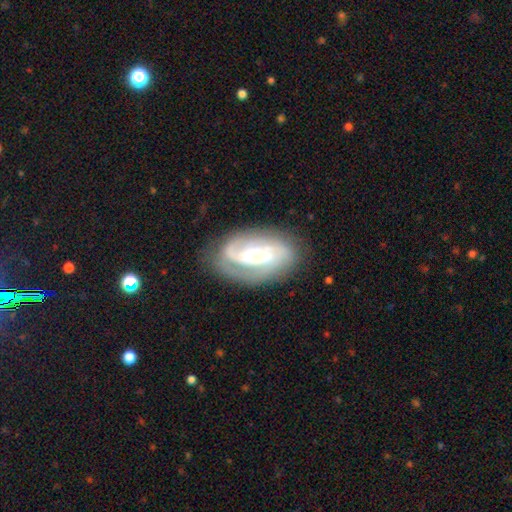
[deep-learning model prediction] Morphology: type=featured or disk (82%); edge-on=no (95%); bar=weak (35%); spiral arms=yes (92%); winding=tight (47%); arm count=2 (51%); bulge=small (47%, tied with moderate); merging=none (74%).